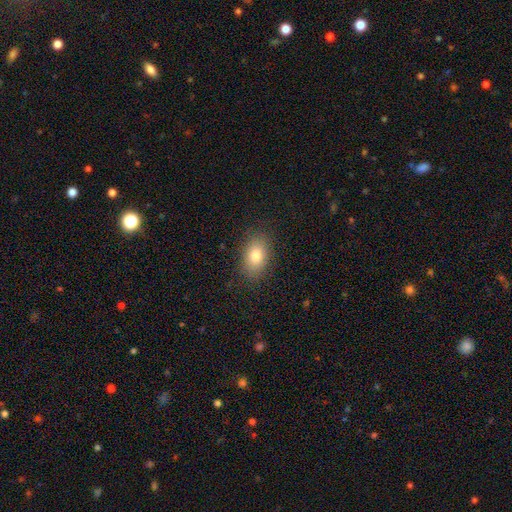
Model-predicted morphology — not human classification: Q: Smooth or featured?
A: smooth (80%); runner-up: featured or disk (11%)
Q: How rounded?
A: in between (87%); runner-up: round (12%)
Q: Merging?
A: none (86%); runner-up: minor disturbance (10%)